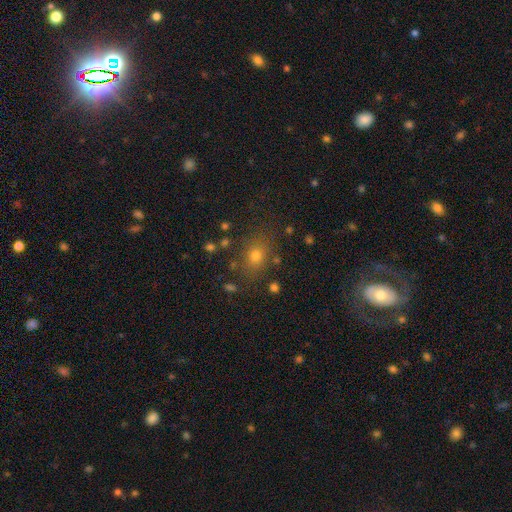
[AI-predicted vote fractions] A smooth galaxy with no disk features (69%) that is in between round and cigar-shaped (51%). Merging: none (80%).